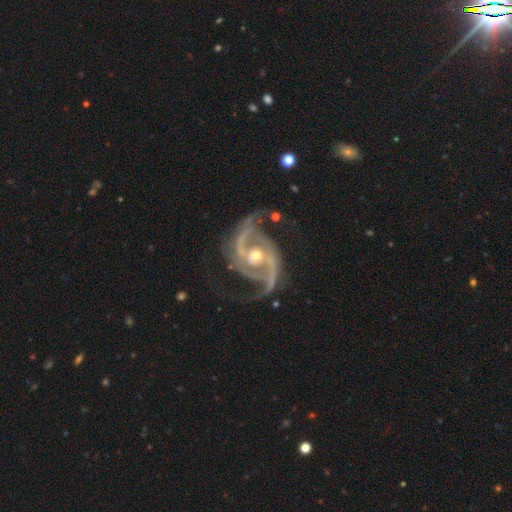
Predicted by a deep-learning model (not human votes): Smooth or featured?
  - featured or disk: 93% *
  - star or artifact: 5%
  - smooth: 2%
Edge-on disk?
  - no: 98% *
  - yes: 2%
Bar?
  - weak: 36% * (tied)
  - no: 36% * (tied)
  - strong: 28%
Spiral arms?
  - yes: 98% *
  - no: 2%
Spiral winding?
  - medium: 58% *
  - loose: 23%
  - tight: 19%
Spiral arm count?
  - 2: 85% *
  - 3: 7%
  - can't tell: 3%
  - 4: 2%
  - 1: 2%
  - more than 4: 2%
Bulge size?
  - moderate: 67% *
  - small: 27%
  - large: 3%
  - none: 1%
  - dominant: 1%
Merging?
  - none: 68% *
  - minor disturbance: 19%
  - major disturbance: 12%
  - merger: 2%